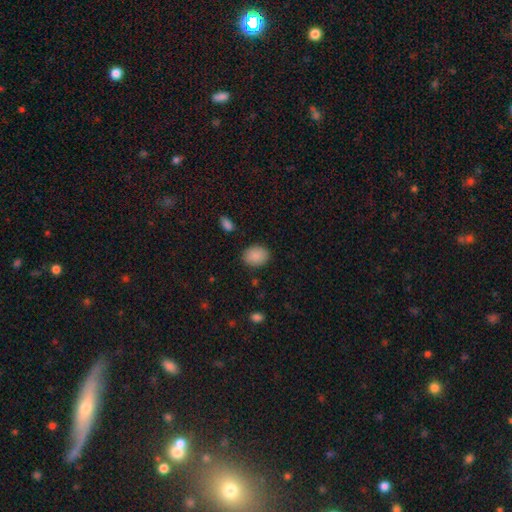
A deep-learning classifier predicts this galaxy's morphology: A smooth galaxy with no disk features (89%) that is in between round and cigar-shaped (55%). Merging: none (87%).